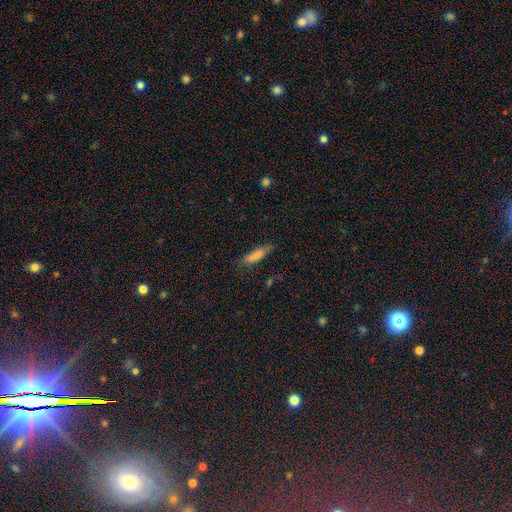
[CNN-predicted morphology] Q: Smooth or featured?
A: smooth (79%); runner-up: featured or disk (12%)
Q: How rounded?
A: cigar-shaped (65%); runner-up: in between (33%)
Q: Merging?
A: none (73%); runner-up: minor disturbance (20%)